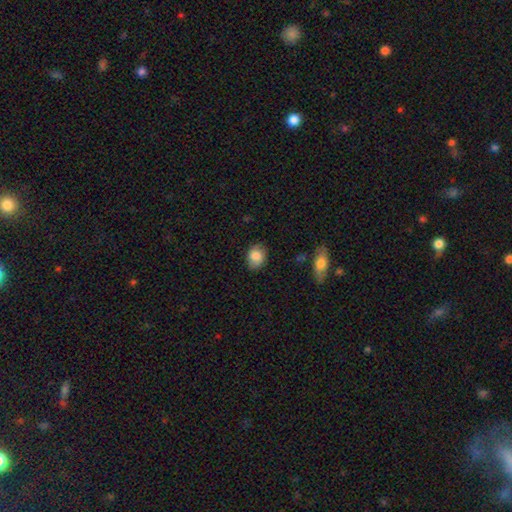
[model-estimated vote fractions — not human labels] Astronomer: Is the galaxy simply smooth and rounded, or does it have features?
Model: smooth — 83%.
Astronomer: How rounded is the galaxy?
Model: in between — 60% (runner-up: round, 39%).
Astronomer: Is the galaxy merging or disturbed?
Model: none — 82%.